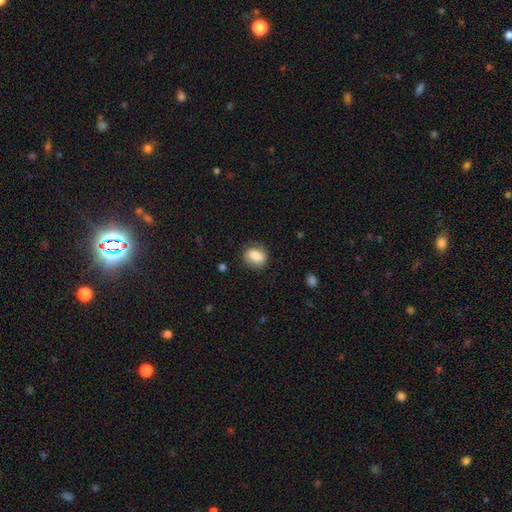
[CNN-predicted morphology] Smooth or featured?
  - smooth: 82% *
  - featured or disk: 11%
  - star or artifact: 8%
How rounded?
  - in between: 55% *
  - round: 44%
  - cigar-shaped: 1%
Merging?
  - none: 76% *
  - minor disturbance: 17%
  - major disturbance: 5%
  - merger: 1%